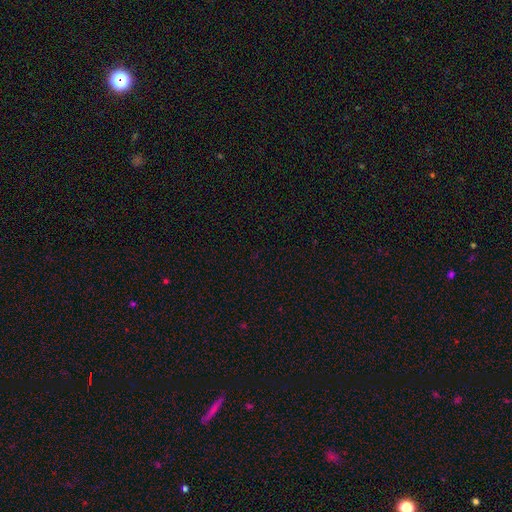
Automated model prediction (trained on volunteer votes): Smooth or featured? star or artifact (70%)